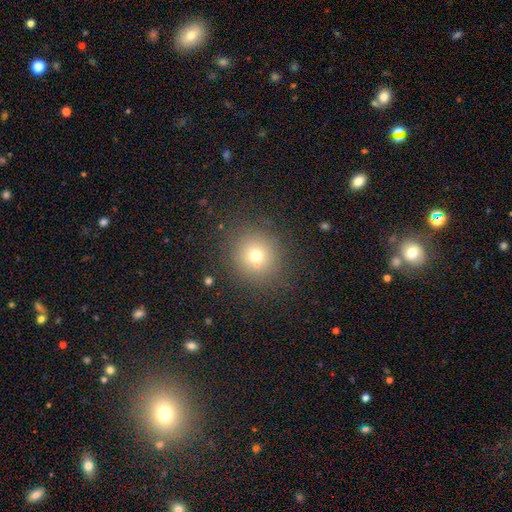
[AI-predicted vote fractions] Smooth or featured: smooth — 68% (star or artifact — 19%)
How rounded: round — 91% (in between — 8%)
Merging: none — 81% (minor disturbance — 9%)